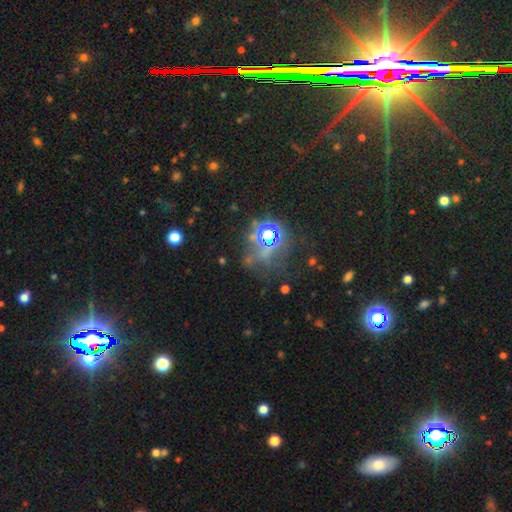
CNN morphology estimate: Q: Smooth or featured?
A: star or artifact (67%); runner-up: smooth (21%)